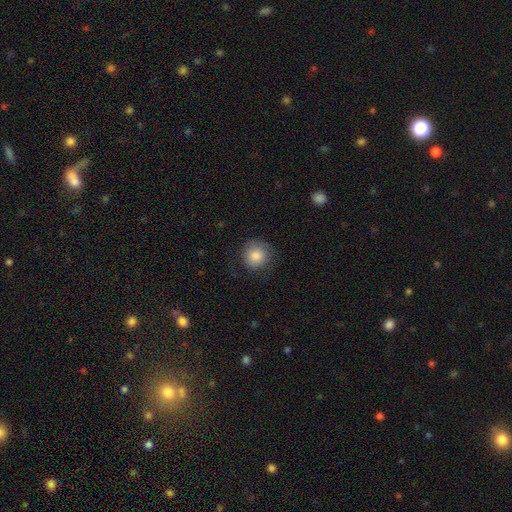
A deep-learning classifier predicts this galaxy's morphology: Smooth or featured? smooth (83%)
How rounded? round (91%)
Merging? none (75%)